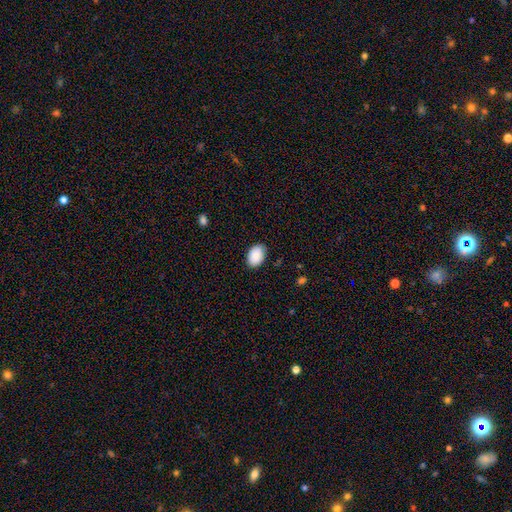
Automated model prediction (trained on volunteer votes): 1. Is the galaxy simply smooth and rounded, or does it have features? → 89% smooth, 6% star or artifact, 5% featured or disk.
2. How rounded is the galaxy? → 85% in between, 14% round, 1% cigar-shaped.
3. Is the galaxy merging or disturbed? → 84% none, 12% minor disturbance, 2% major disturbance, 1% merger.